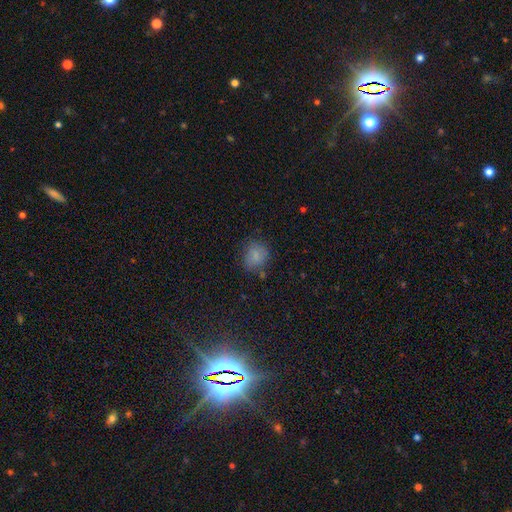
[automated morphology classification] Smooth or featured: smooth — 77% (star or artifact — 12%)
How rounded: round — 62% (in between — 36%)
Merging: none — 67% (minor disturbance — 21%)